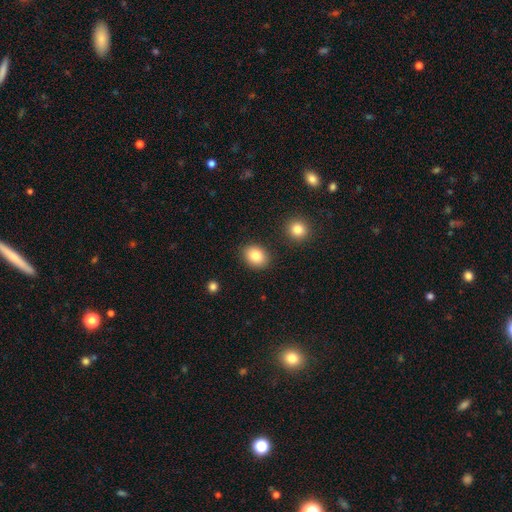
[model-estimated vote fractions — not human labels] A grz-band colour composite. It shows a smooth galaxy with no disk features (84%) that is in between round and cigar-shaped (51%). Merging: none (87%).